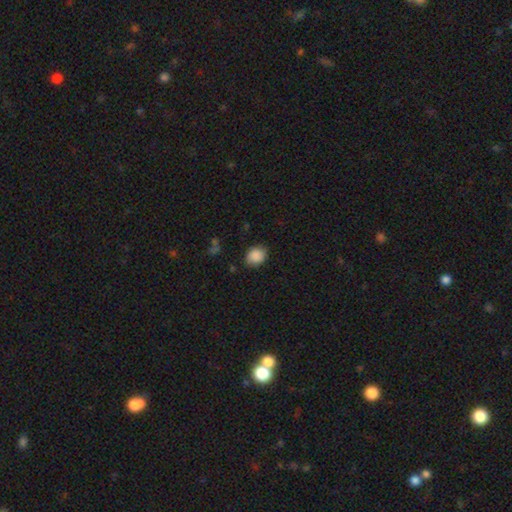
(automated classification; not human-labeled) Morphology: type=smooth (88%); roundness=round (56%); merging=none (81%).